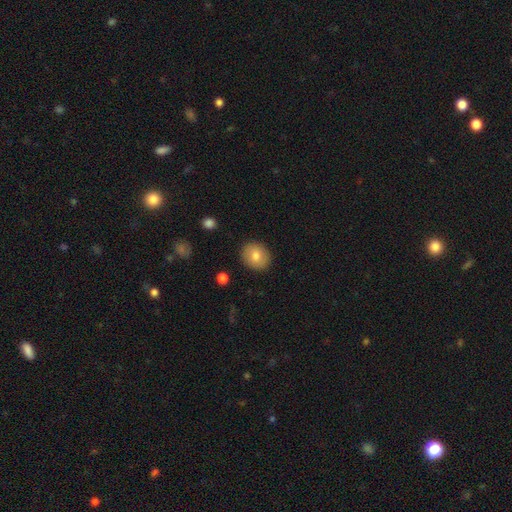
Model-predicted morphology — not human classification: smooth_or_featured: smooth (p=0.79) [alt: featured or disk p=0.13]
how_rounded: round (p=0.71) [alt: in between p=0.28]
merging: none (p=0.89) [alt: minor disturbance p=0.08]